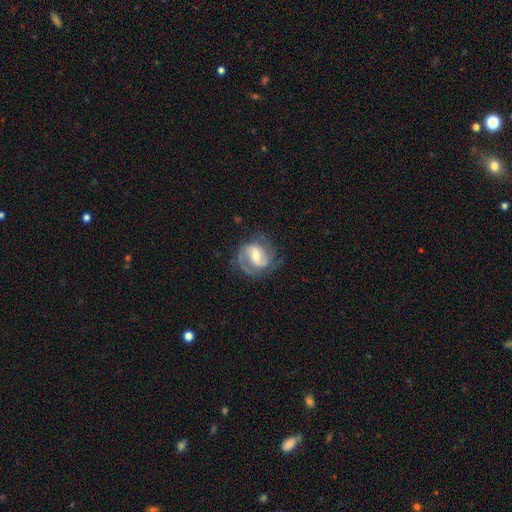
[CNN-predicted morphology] Smooth or featured? featured or disk (84%)
Edge-on disk? no (98%)
Bar? weak (51%)
Spiral arms? yes (95%)
Spiral winding? medium (50%)
Spiral arm count? 2 (77%)
Bulge size? moderate (56%)
Merging? none (71%)